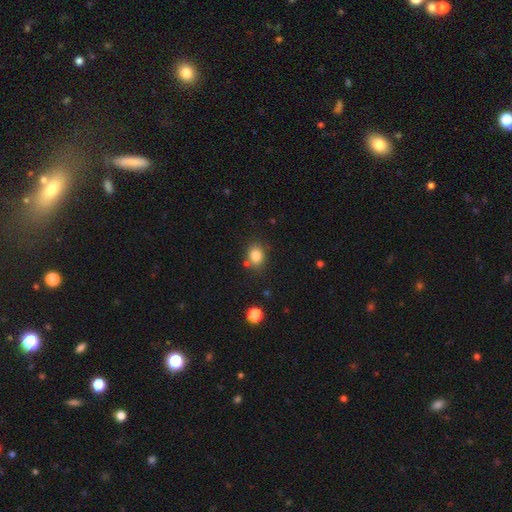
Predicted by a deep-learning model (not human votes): Morphology: type=smooth (83%); roundness=round (58%); merging=none (76%).